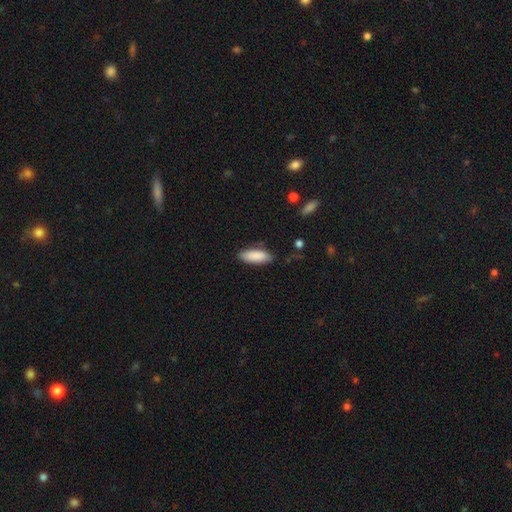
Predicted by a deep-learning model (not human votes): This is clearly a smooth galaxy (88%). How rounded: likely in between (72%). Merging: likely none (79%).